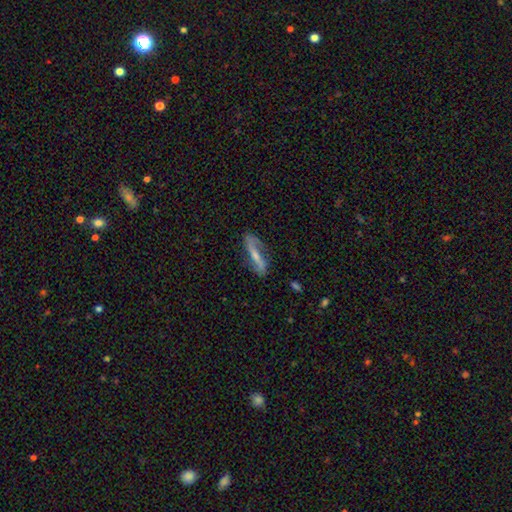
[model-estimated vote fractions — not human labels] A featured or disk galaxy (67%). Merging: none (74%).